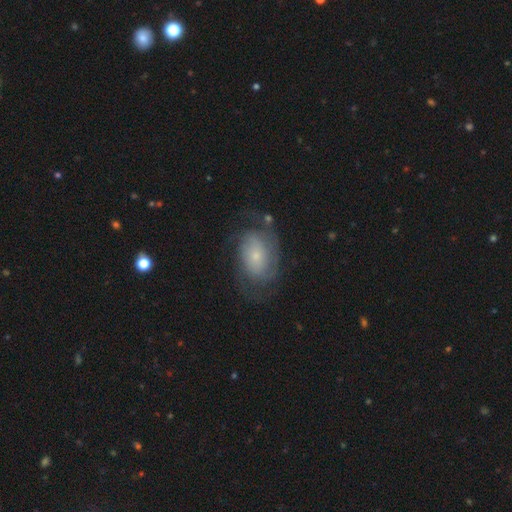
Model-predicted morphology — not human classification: The model was most divided on "spiral arm count": 2: 46%, can't tell: 35%, 3: 7%, 1: 6%, 4: 3%, more than 4: 3%. Remaining: edge-on disk — no (96%); spiral arms — yes (84%); bar — no (73%); bulge size — small (69%); smooth or featured — featured or disk (63%); merging — none (63%); spiral winding — tight (47%).